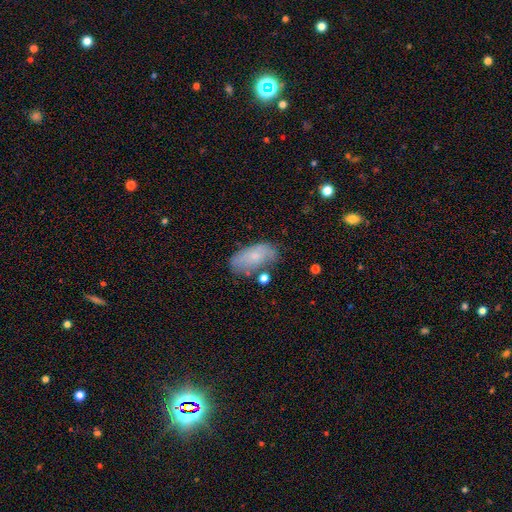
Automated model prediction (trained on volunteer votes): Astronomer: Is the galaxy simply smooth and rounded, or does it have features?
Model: smooth — 68%.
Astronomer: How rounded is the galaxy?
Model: in between — 92%.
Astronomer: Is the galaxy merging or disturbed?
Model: none — 57%.